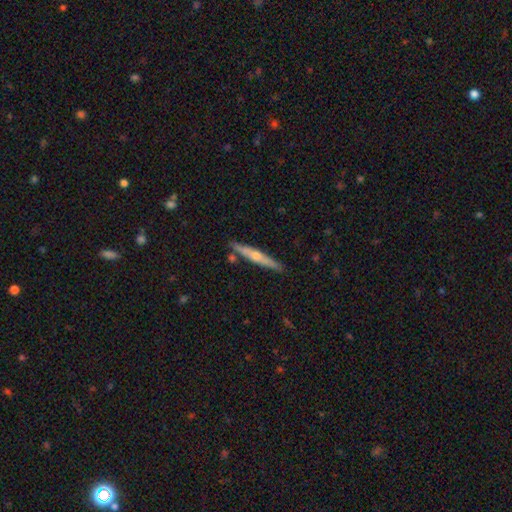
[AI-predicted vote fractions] Overall: featured or disk (67%). Edge-on disk: yes (96%). Edge-on bulge: rounded (84%). Merging: none (87%).